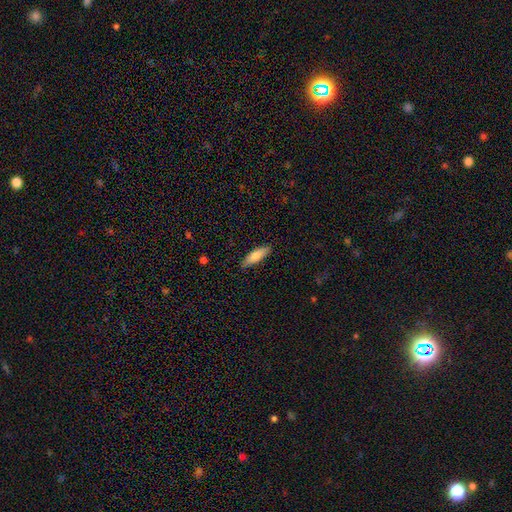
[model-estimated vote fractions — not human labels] Smooth or featured?
  - smooth: 82% *
  - featured or disk: 12%
  - star or artifact: 6%
How rounded?
  - cigar-shaped: 57% *
  - in between: 41%
  - round: 2%
Merging?
  - none: 87% *
  - minor disturbance: 10%
  - major disturbance: 2%
  - merger: 1%